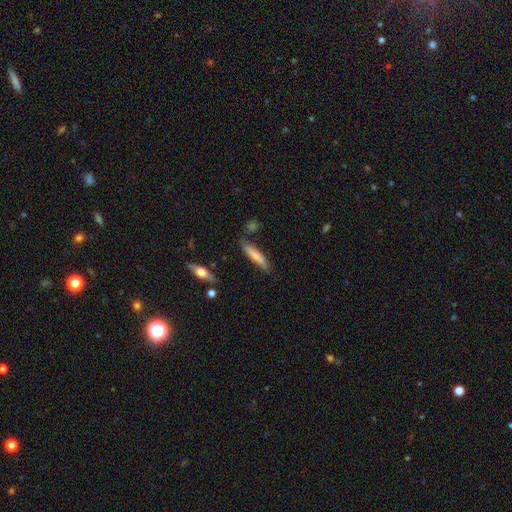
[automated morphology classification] Smooth or featured? smooth (72%)
How rounded? cigar-shaped (83%)
Merging? none (75%)